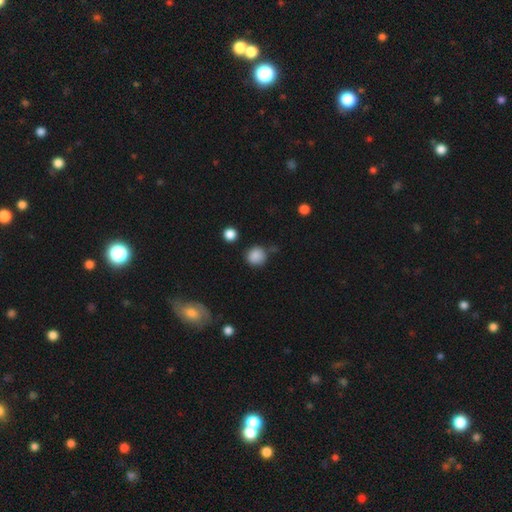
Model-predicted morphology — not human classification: Overall: smooth (86%). How rounded: round (89%). Merging: none (77%).